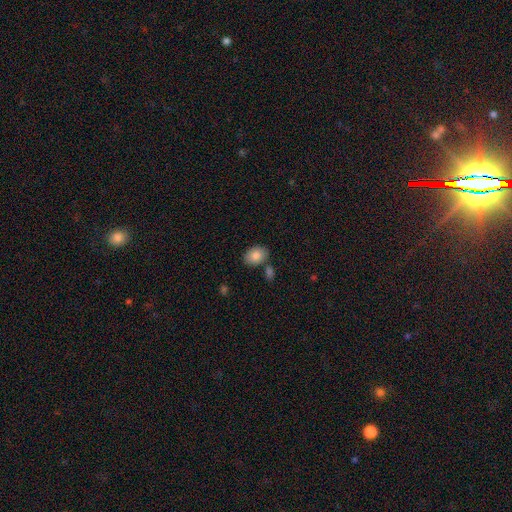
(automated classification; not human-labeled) smooth 84%, featured or disk 8%, star or artifact 8%. Down the decision tree: how rounded — in between (78%); merging — none (75%).